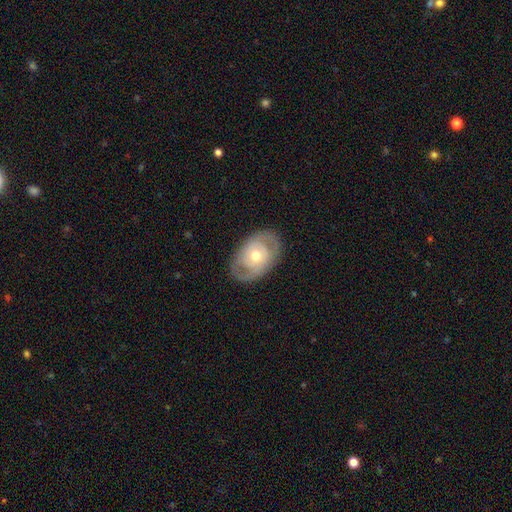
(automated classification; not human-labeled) Smooth or featured? featured or disk (68%)
Edge-on disk? no (93%)
Bar? no (78%)
Spiral arms? yes (54%)
Bulge size? moderate (74%)
Merging? none (78%)